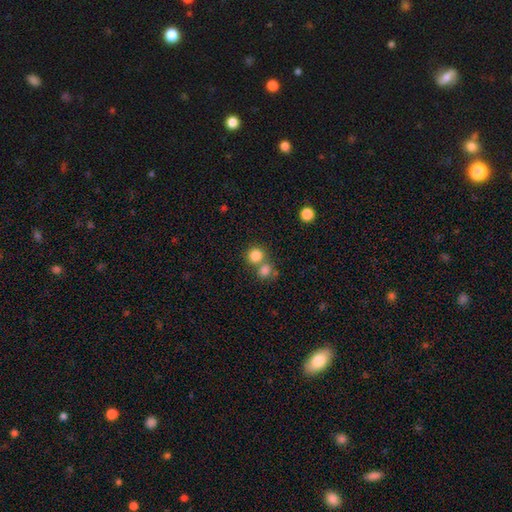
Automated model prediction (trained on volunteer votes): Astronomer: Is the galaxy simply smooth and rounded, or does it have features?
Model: smooth — 82%.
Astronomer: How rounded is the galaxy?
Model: round — 86%.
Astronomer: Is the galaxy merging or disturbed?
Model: none — 55% (runner-up: merger, 34%).